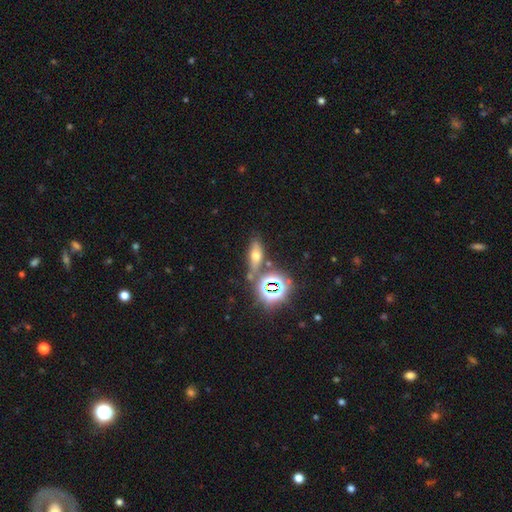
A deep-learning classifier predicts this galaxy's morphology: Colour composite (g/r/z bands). It shows a smooth galaxy with no disk features (47%). Merging: none (69%).